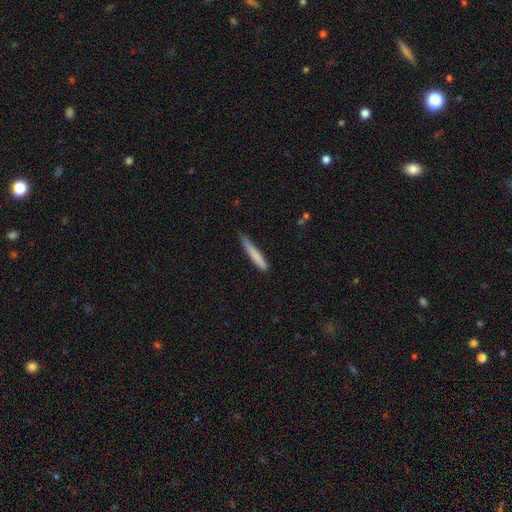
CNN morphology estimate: Smooth or featured? smooth (77%)
How rounded? cigar-shaped (95%)
Merging? none (69%)